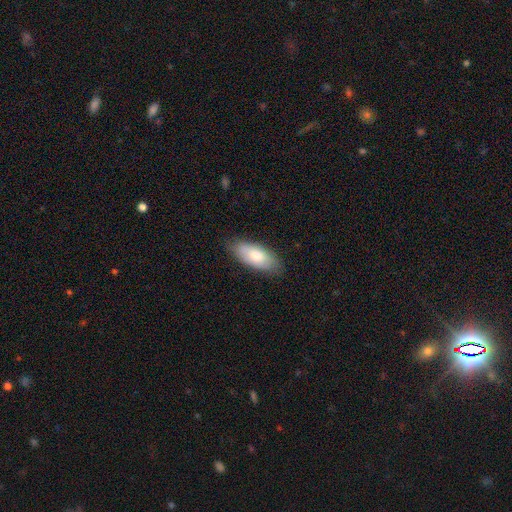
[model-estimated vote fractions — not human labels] This is likely a smooth galaxy (75%). How rounded: clearly in between (86%). Merging: clearly none (81%).